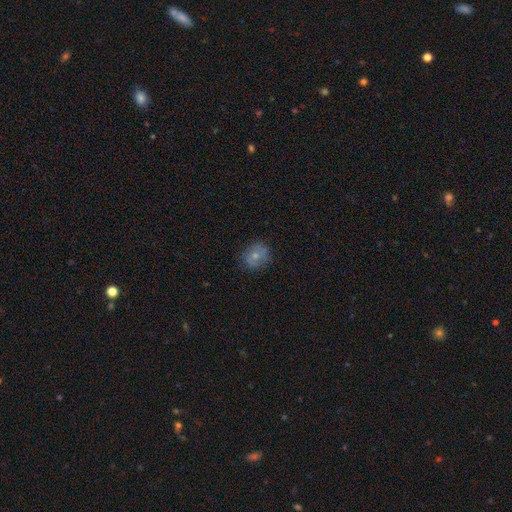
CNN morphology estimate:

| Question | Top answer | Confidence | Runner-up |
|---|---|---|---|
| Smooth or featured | smooth | 70% | featured or disk (20%) |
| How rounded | round | 77% | in between (22%) |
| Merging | none | 79% | minor disturbance (16%) |